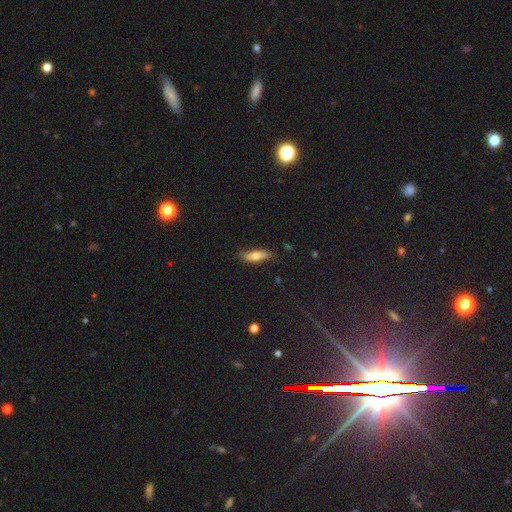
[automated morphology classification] smooth_or_featured: smooth (p=0.64) [alt: featured or disk p=0.29]
how_rounded: cigar-shaped (p=0.53) [alt: in between p=0.44]
merging: none (p=0.77) [alt: minor disturbance p=0.18]